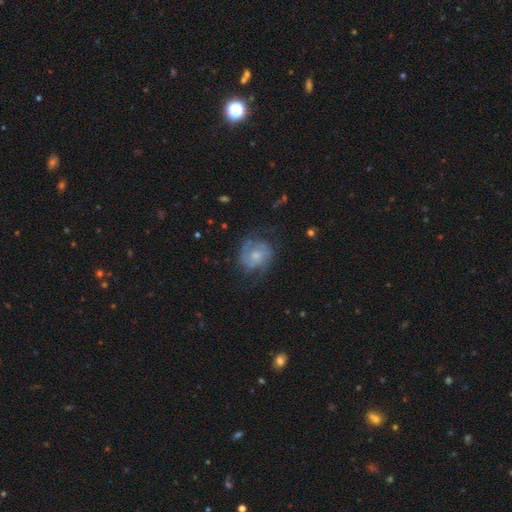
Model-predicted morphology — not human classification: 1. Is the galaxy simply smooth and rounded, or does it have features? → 65% featured or disk, 28% smooth, 8% star or artifact.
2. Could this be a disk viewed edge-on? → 97% no, 3% yes.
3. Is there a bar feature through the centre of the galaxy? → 69% no, 27% weak, 4% strong.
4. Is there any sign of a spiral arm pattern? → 83% yes, 17% no.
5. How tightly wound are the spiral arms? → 43% medium, 37% tight, 20% loose.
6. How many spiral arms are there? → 60% 2, 24% can't tell, 6% 3, 5% 1, 2% 4, 2% more than 4.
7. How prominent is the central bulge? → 45% moderate, 42% small, 6% none, 5% large, 1% dominant.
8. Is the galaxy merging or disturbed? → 58% none, 24% minor disturbance, 17% major disturbance, 2% merger.